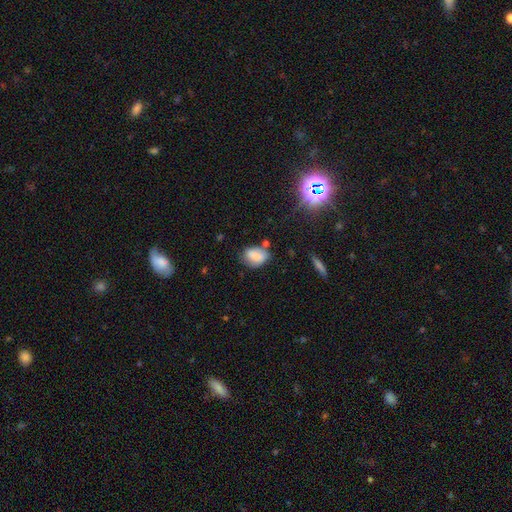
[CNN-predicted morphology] type=smooth (76%); roundness=in between (76%); merging=none (58%).